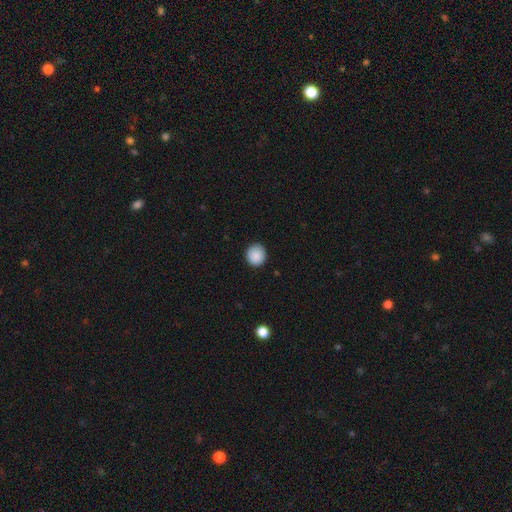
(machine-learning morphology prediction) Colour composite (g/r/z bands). It shows a smooth galaxy with no disk features (89%) that is round (91%). Merging: none (90%).